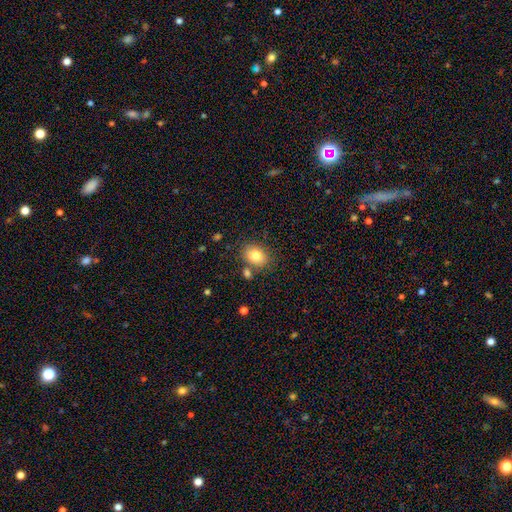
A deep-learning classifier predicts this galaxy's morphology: smooth_or_featured: smooth (p=0.81) [alt: featured or disk p=0.10]
how_rounded: in between (p=0.65) [alt: round p=0.34]
merging: none (p=0.76) [alt: minor disturbance p=0.12]